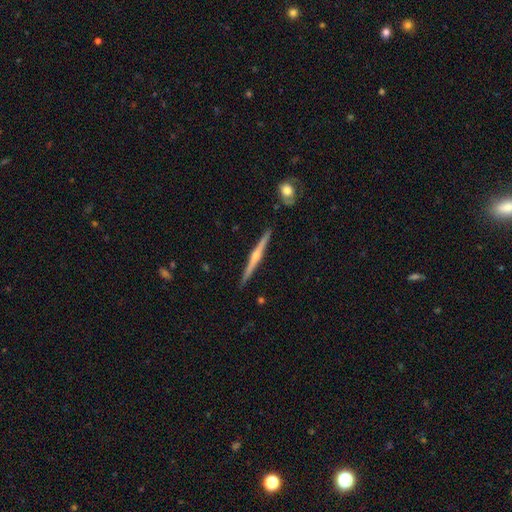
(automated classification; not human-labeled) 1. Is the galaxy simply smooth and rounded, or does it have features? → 80% featured or disk, 15% smooth, 5% star or artifact.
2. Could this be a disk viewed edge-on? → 98% yes, 2% no.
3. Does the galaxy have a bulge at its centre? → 88% rounded, 8% none, 4% boxy.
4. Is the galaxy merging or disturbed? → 91% none, 6% minor disturbance, 1% merger, 1% major disturbance.